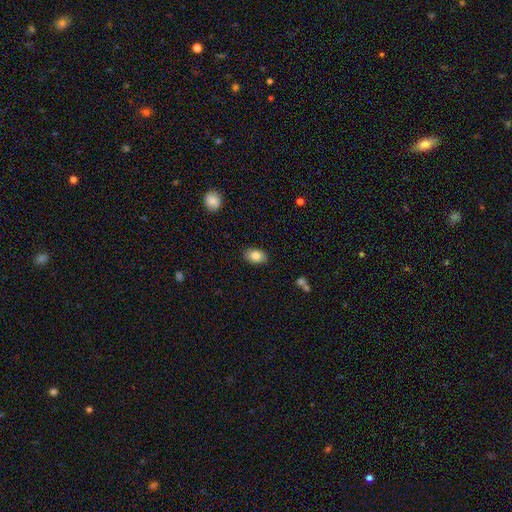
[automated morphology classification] A smooth galaxy with no disk features (84%) that is in between round and cigar-shaped (87%). Merging: none (87%).